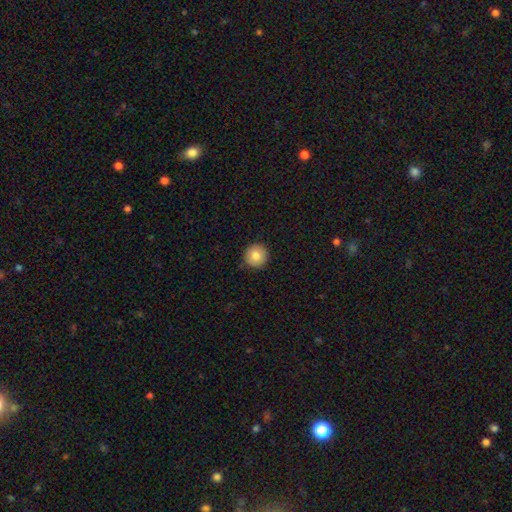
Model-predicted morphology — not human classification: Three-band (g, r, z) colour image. It shows a smooth galaxy with no disk features (83%) that is round (94%). Merging: none (90%).